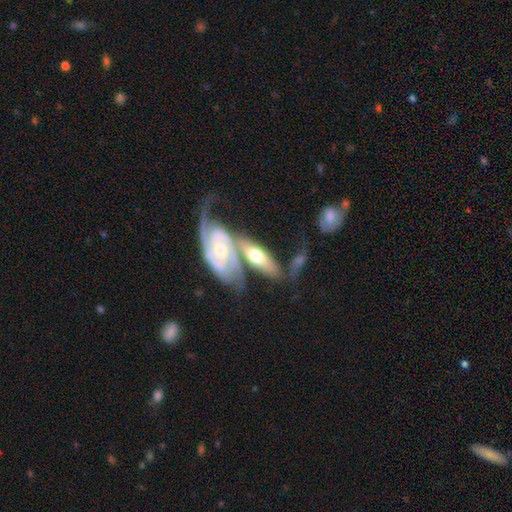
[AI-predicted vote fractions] A featured or disk galaxy (67%).

Vote fractions:
- Smooth or featured? featured or disk: 67% / smooth: 28% / star or artifact: 5%
- Edge-on disk? no: 74% / yes: 26%
- Merging? merger: 48% / none: 28% / minor disturbance: 15% / major disturbance: 8%